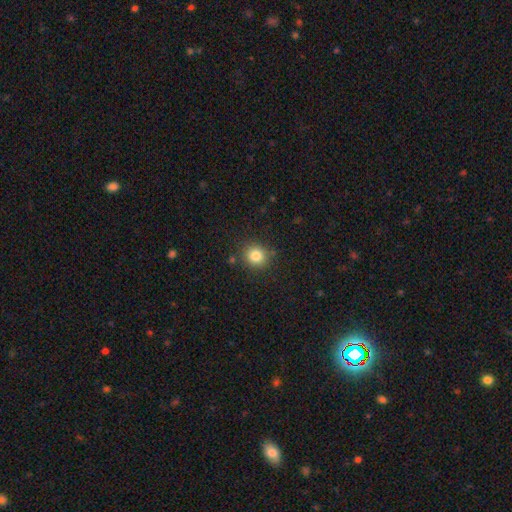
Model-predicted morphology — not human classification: type=smooth (82%); roundness=round (89%); merging=none (86%).